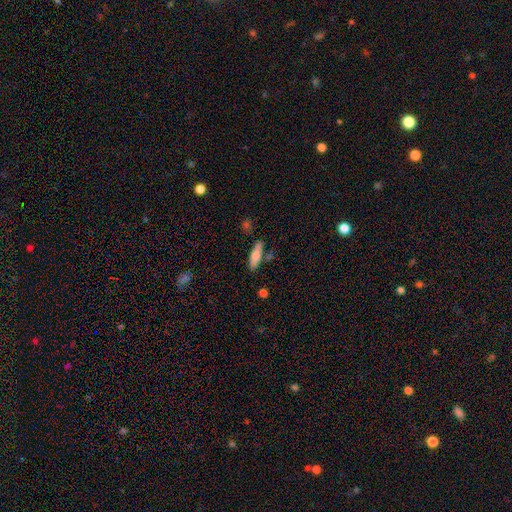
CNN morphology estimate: Smooth or featured? Predicted: smooth (p=0.75). How rounded? Predicted: cigar-shaped (p=0.59). Merging? Predicted: none (p=0.77).